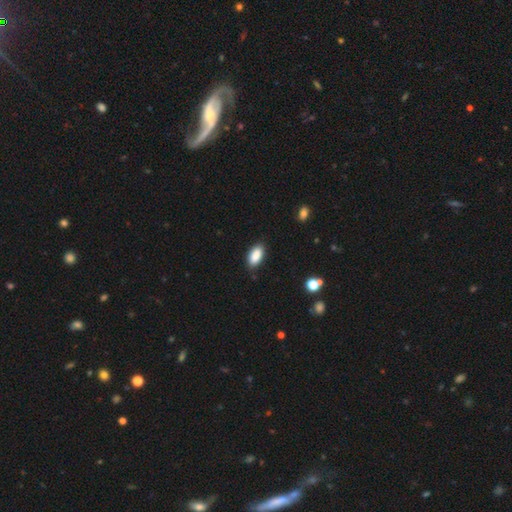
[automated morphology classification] This appears to be a smooth galaxy with no disk features (88%) that is in between round and cigar-shaped (92%). Merging: none (86%).